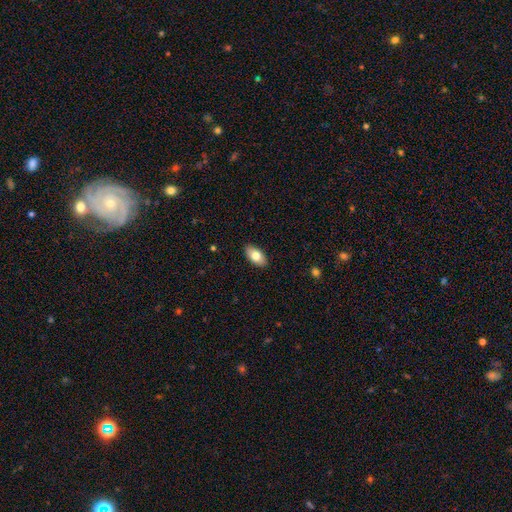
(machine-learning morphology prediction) smooth-or-featured: smooth: 78% | featured or disk: 15% | star or artifact: 7%
  how-rounded: in between: 93% | round: 4% | cigar-shaped: 3%
  merging: none: 89% | minor disturbance: 8% | major disturbance: 2% | merger: 1%